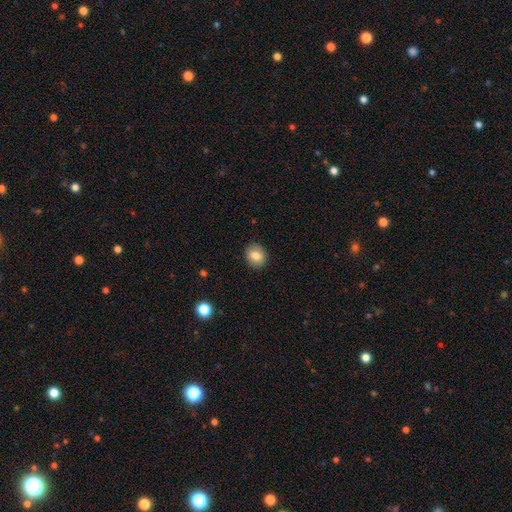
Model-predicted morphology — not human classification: Smooth or featured? Predicted: smooth (p=0.82). How rounded? Predicted: round (p=0.62). Merging? Predicted: none (p=0.89).